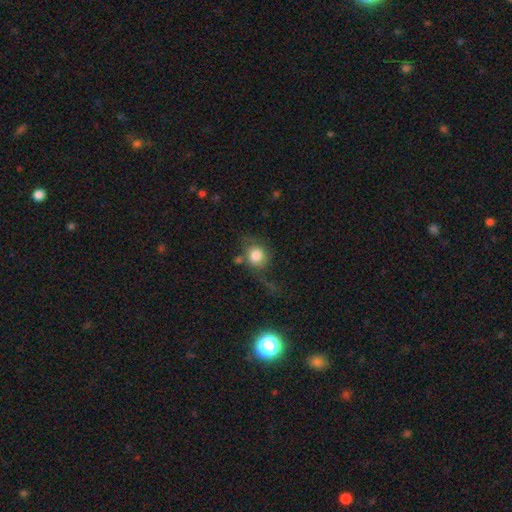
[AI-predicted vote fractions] This is likely a smooth galaxy (75%). How rounded: likely round (77%). Merging: possibly none (47%).